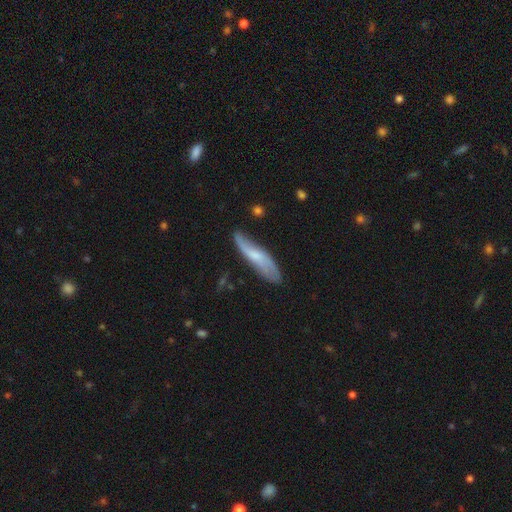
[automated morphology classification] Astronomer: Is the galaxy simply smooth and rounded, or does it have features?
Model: featured or disk — 50% (runner-up: smooth, 44%).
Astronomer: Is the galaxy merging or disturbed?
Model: none — 69%.